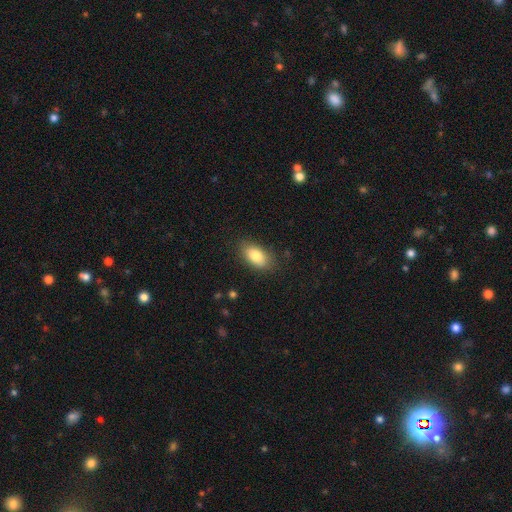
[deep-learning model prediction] Smooth or featured? smooth (82%)
How rounded? in between (91%)
Merging? none (83%)